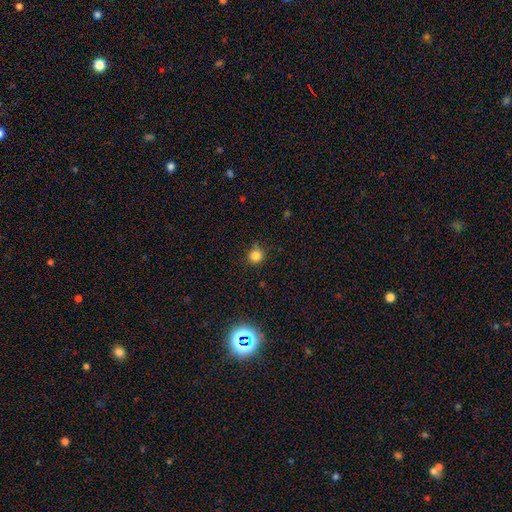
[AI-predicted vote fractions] A smooth galaxy with no disk features (82%) that is round (92%). Merging: none (81%).